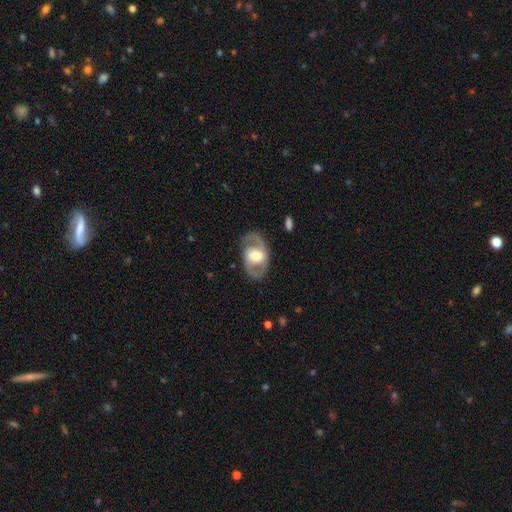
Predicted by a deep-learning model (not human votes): Smooth or featured? Predicted: featured or disk (p=0.79). Edge-on disk? Predicted: no (p=0.95). Bar? Predicted: no (p=0.42). Spiral arms? Predicted: yes (p=0.80). Spiral winding? Predicted: medium (p=0.54). Spiral arm count? Predicted: 2 (p=0.89). Bulge size? Predicted: moderate (p=0.57). Merging? Predicted: none (p=0.83).